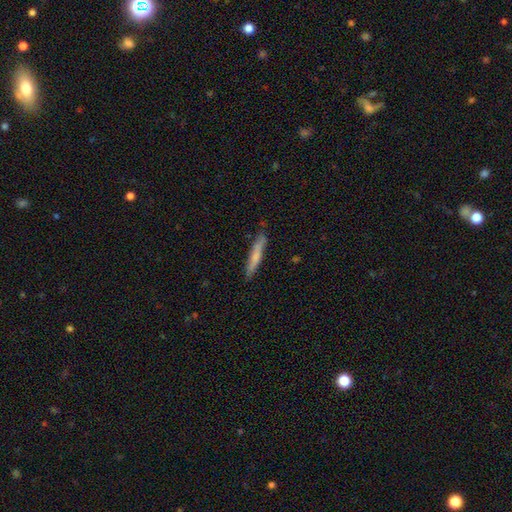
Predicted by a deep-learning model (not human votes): smooth_or_featured: smooth (p=0.68) [alt: featured or disk p=0.26]
how_rounded: cigar-shaped (p=0.94) [alt: in between p=0.05]
merging: none (p=0.85) [alt: minor disturbance p=0.12]